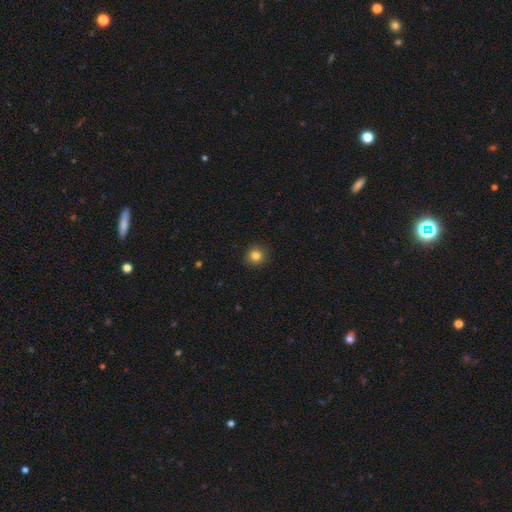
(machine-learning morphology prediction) Q: Smooth or featured?
A: smooth (83%); runner-up: star or artifact (12%)
Q: How rounded?
A: round (92%); runner-up: in between (7%)
Q: Merging?
A: none (92%); runner-up: minor disturbance (6%)